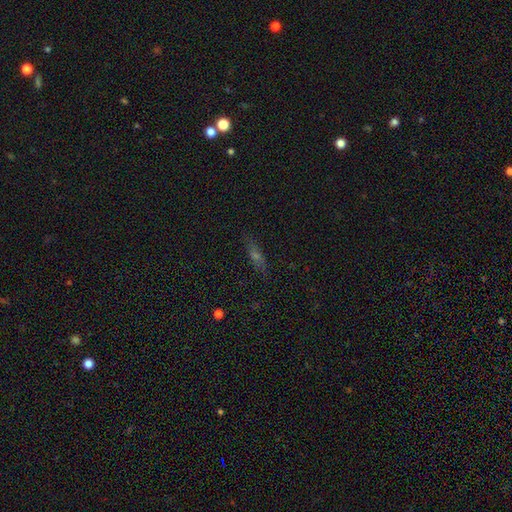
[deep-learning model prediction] Morphology: type=smooth (40%); merging=none (84%).